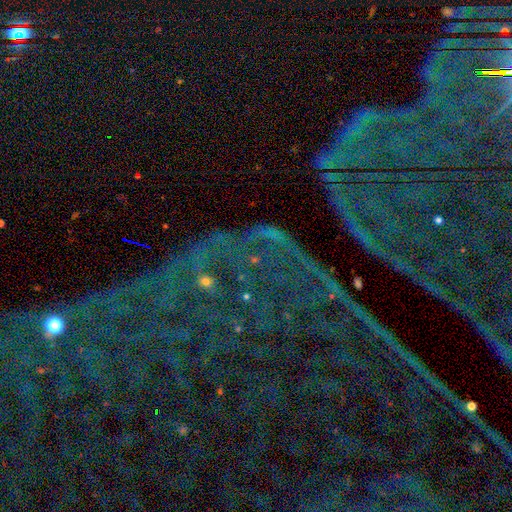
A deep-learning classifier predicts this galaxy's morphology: Overall: star or artifact (85%).